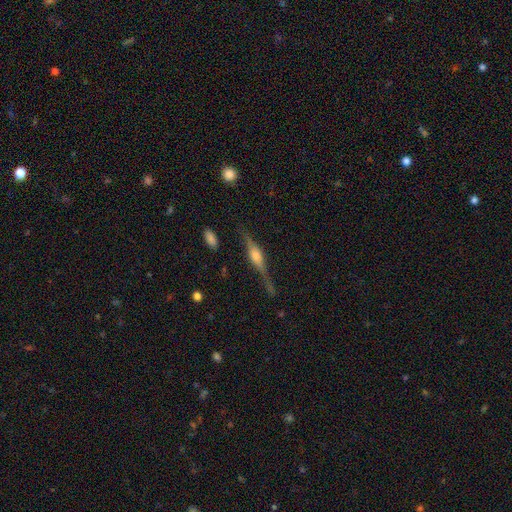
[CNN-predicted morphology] type=featured or disk (78%); edge-on=yes (97%); edge-on bulge=rounded (82%); merging=none (77%).